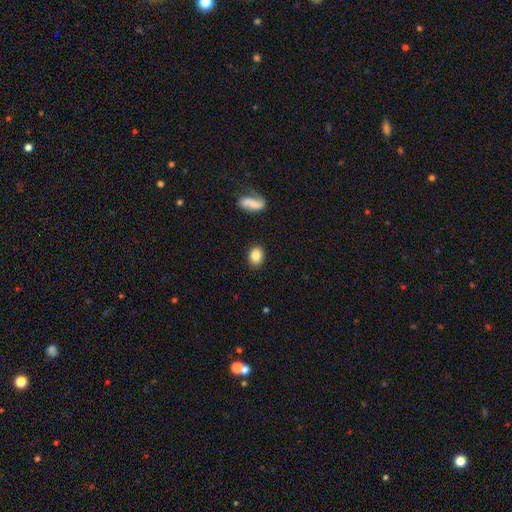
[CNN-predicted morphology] A smooth galaxy with no disk features (84%) that is in between round and cigar-shaped (61%). Merging: none (87%).